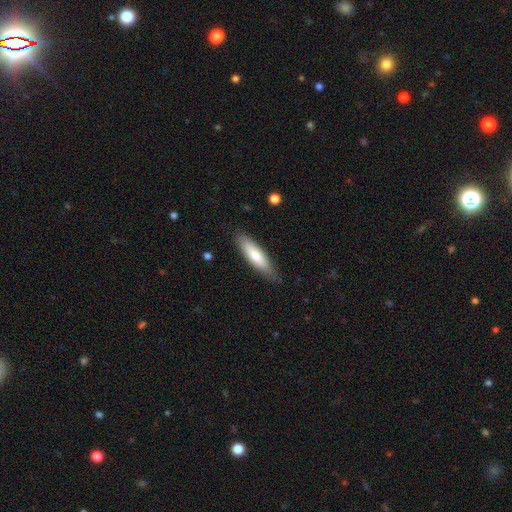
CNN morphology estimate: type=smooth (68%); roundness=cigar-shaped (67%); merging=none (84%).